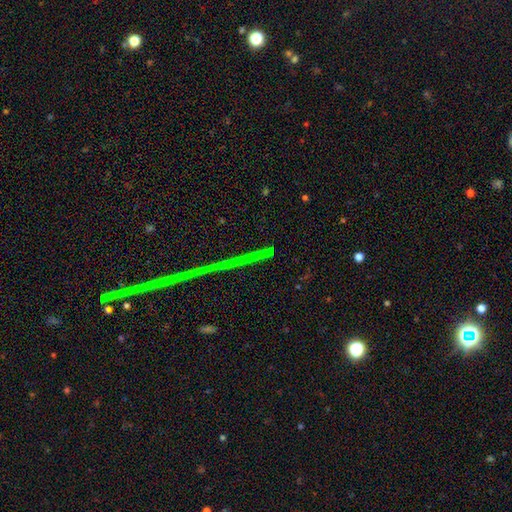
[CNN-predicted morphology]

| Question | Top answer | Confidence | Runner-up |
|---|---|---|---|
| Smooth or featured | star or artifact | 82% | featured or disk (11%) |